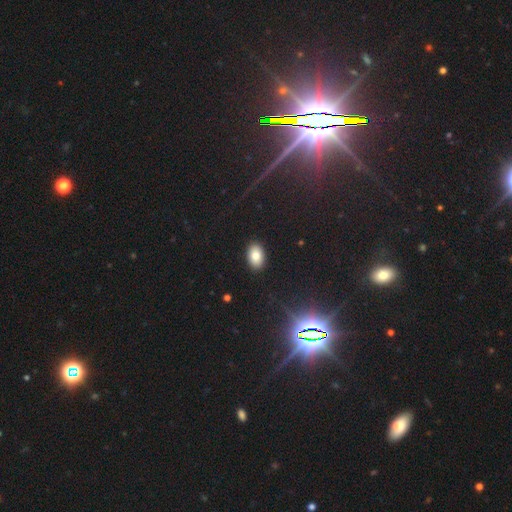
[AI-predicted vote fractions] Smooth or featured: smooth — 81% (star or artifact — 10%)
How rounded: in between — 89% (round — 10%)
Merging: none — 90% (minor disturbance — 7%)